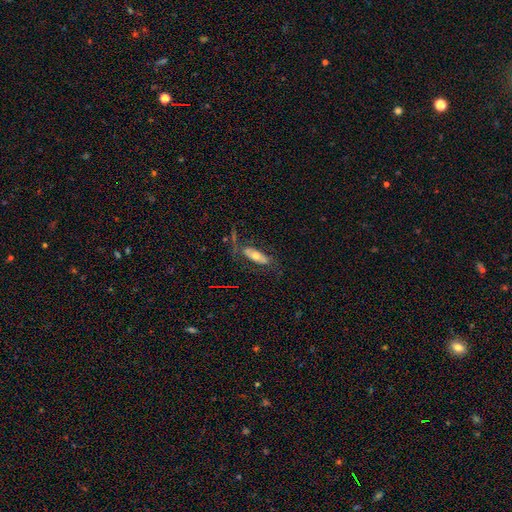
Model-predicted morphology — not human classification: smooth_or_featured: smooth (p=0.48) [alt: featured or disk p=0.43]
merging: none (p=0.51) [alt: major disturbance p=0.23]